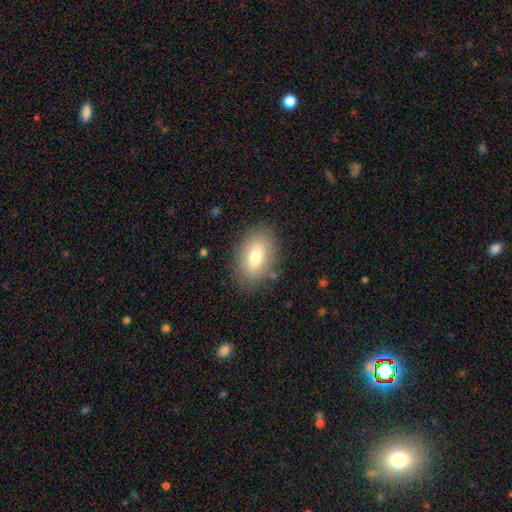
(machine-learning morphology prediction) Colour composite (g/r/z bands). It shows a smooth galaxy with no disk features (74%) that is in between round and cigar-shaped (87%). Merging: none (83%).